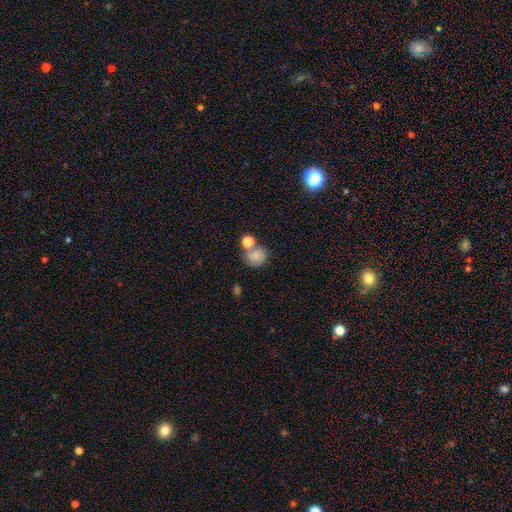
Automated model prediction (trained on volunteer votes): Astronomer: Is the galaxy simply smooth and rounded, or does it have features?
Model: smooth — 70%.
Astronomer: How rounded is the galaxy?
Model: round — 77%.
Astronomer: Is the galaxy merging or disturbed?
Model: none — 46% (runner-up: merger, 30%).